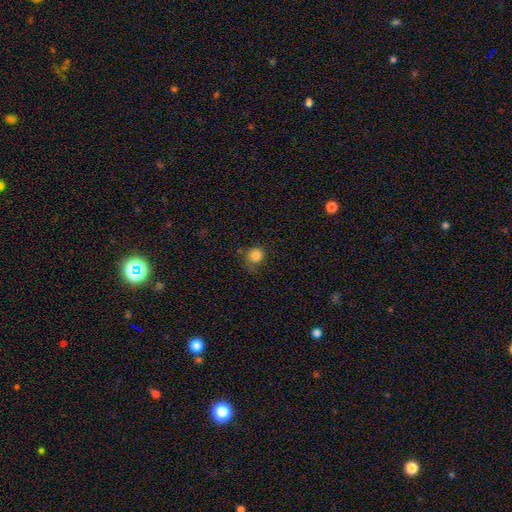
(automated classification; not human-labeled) A smooth galaxy with no disk features (83%) that is round (89%). Merging: none (71%).